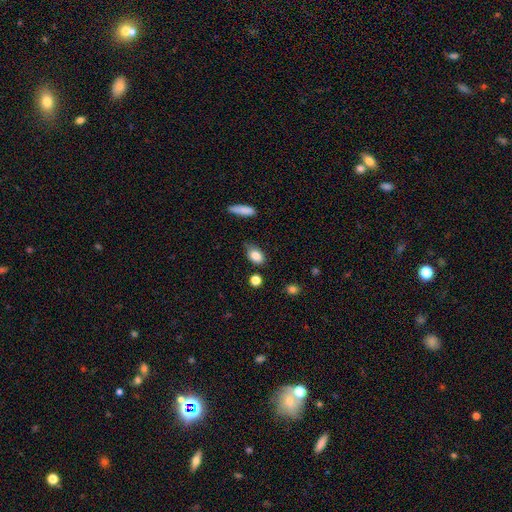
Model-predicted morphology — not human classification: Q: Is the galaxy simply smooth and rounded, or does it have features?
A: smooth — 85%.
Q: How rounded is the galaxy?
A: in between — 81%.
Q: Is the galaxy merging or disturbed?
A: none — 67%.